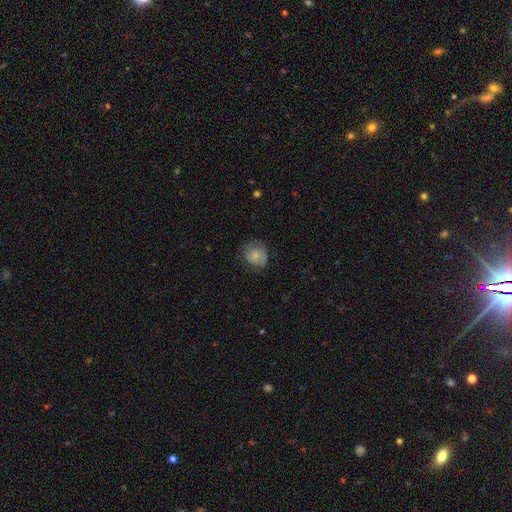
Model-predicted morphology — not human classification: A smooth galaxy with no disk features (58%) that is round (78%). Merging: none (70%).